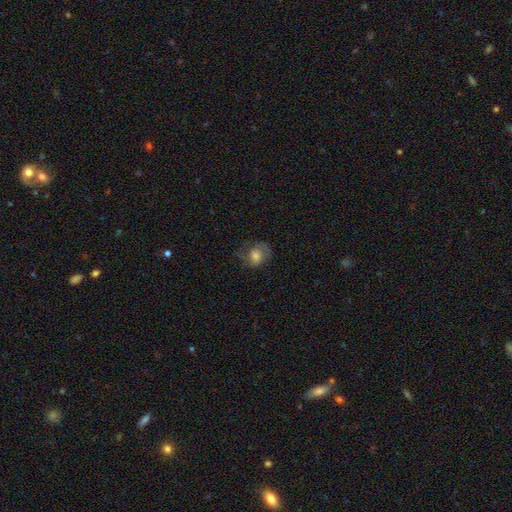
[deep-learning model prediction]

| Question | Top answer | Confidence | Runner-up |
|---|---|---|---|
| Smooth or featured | smooth | 51% | featured or disk (38%) |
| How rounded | round | 53% | in between (46%) |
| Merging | none | 54% | minor disturbance (23%) |